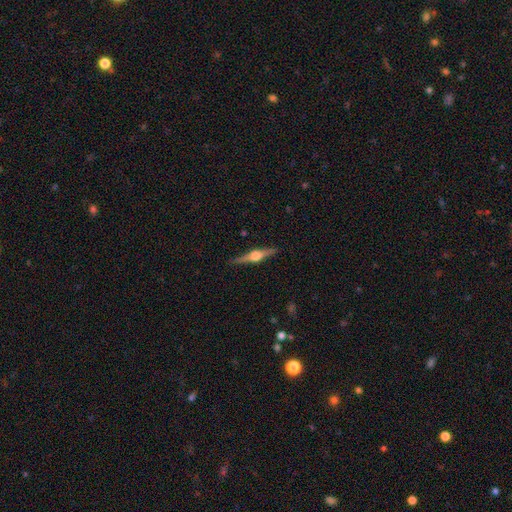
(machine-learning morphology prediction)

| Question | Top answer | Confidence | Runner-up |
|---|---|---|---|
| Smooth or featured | featured or disk | 80% | smooth (14%) |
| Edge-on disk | yes | 98% | no (2%) |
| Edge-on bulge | rounded | 93% | boxy (5%) |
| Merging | none | 90% | minor disturbance (7%) |